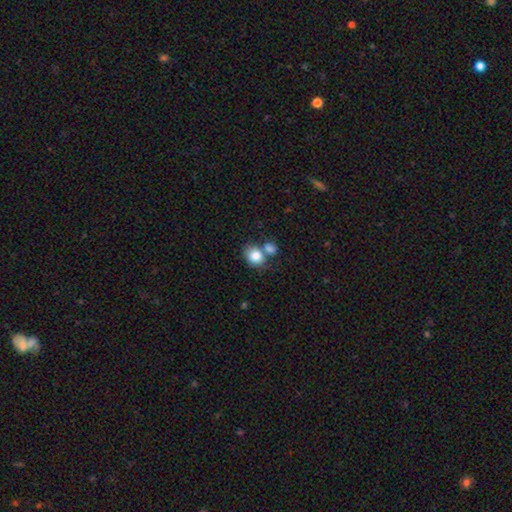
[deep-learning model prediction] The model was most divided on "how rounded": round: 51%, in between: 48%, cigar-shaped: 1%. Remaining: smooth or featured — smooth (83%); merging — none (46%).